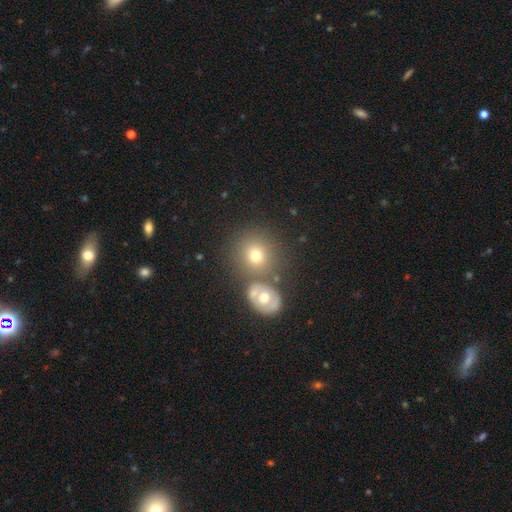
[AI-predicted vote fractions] Smooth or featured? smooth (70%)
How rounded? round (81%)
Merging? none (63%)